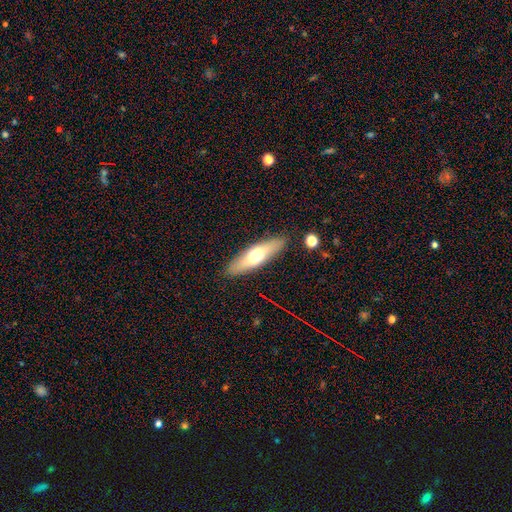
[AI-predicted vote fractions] Morphology: type=smooth (57%); roundness=cigar-shaped (59%); merging=none (88%).